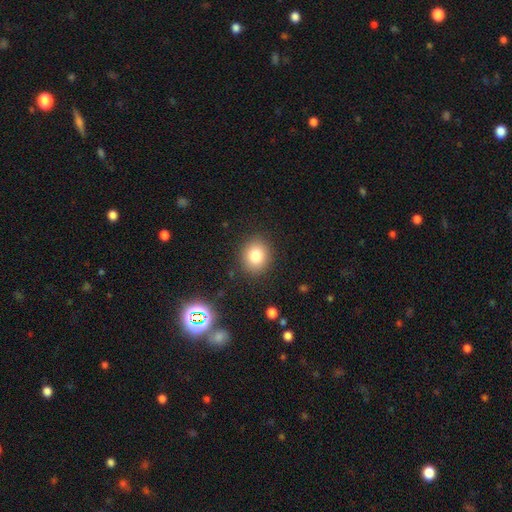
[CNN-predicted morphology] Smooth or featured? Predicted: smooth (p=0.80). How rounded? Predicted: round (p=0.74). Merging? Predicted: none (p=0.88).